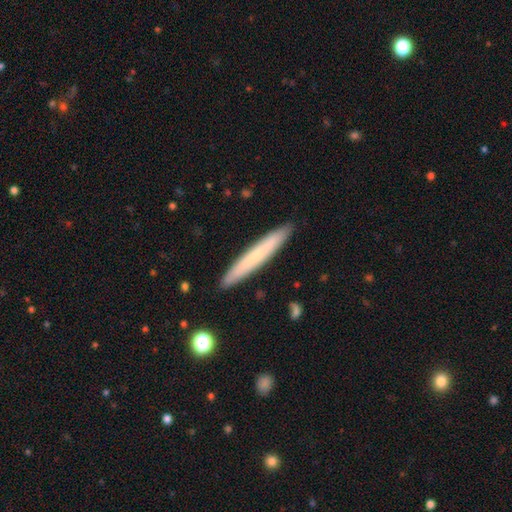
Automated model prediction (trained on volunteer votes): smooth 67%, featured or disk 27%, star or artifact 6%. Down the decision tree: how rounded — cigar-shaped (96%); merging — none (91%).